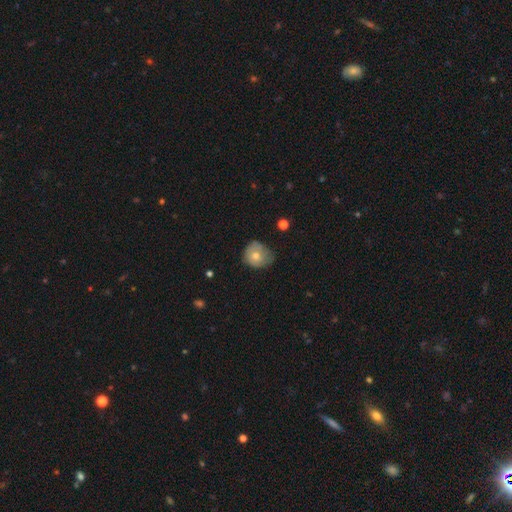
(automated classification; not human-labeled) Smooth or featured?
  - smooth: 69% *
  - featured or disk: 23%
  - star or artifact: 8%
How rounded?
  - round: 73% *
  - in between: 27%
  - cigar-shaped: 1%
Merging?
  - none: 45% *
  - minor disturbance: 40%
  - major disturbance: 13%
  - merger: 2%